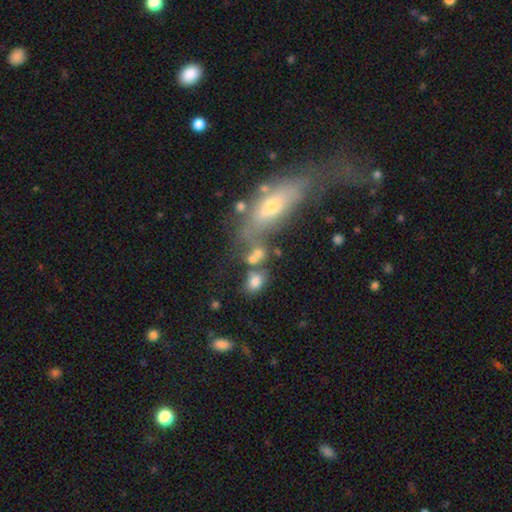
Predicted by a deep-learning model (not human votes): Smooth or featured?
  - smooth: 63% *
  - featured or disk: 22%
  - star or artifact: 15%
How rounded?
  - in between: 64% *
  - round: 29%
  - cigar-shaped: 7%
Merging?
  - merger: 38% *
  - none: 35%
  - minor disturbance: 14%
  - major disturbance: 12%